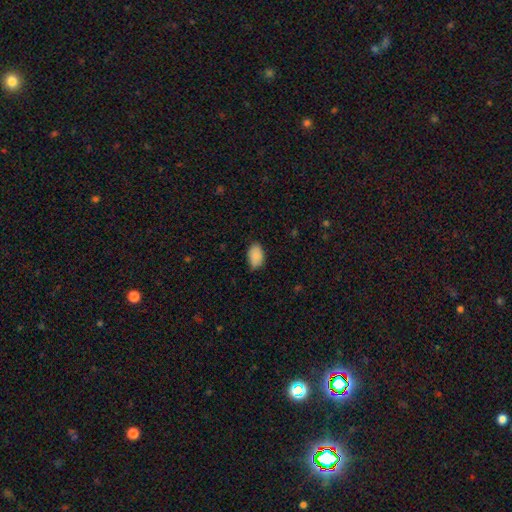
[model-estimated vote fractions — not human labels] Smooth or featured? smooth (88%)
How rounded? in between (92%)
Merging? none (79%)